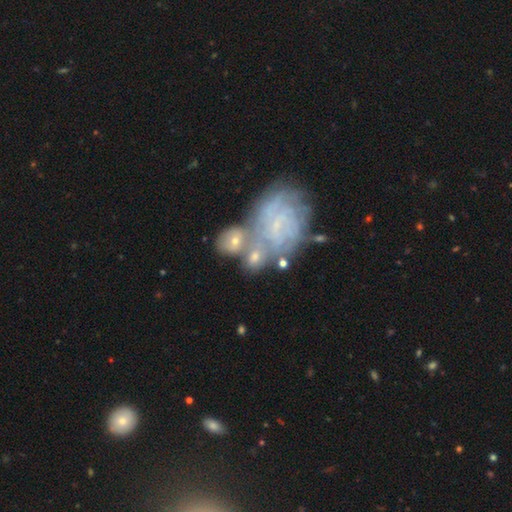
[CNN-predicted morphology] type=featured or disk (70%); edge-on=no (97%); bar=no (63%); spiral arms=yes (84%); winding=tight (70%); arm count=can't tell (47%); bulge=small (66%); merging=none (38%).